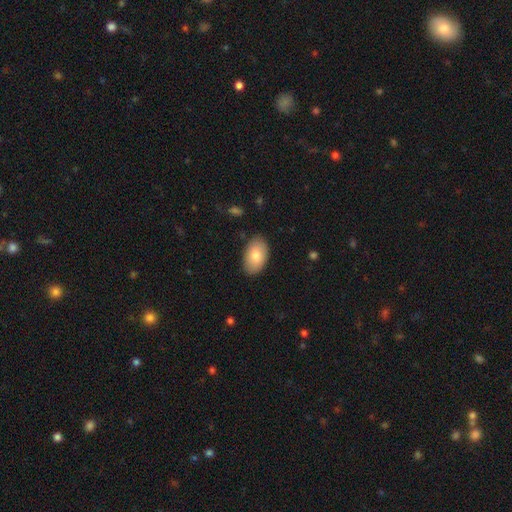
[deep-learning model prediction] A smooth galaxy with no disk features (80%) that is in between round and cigar-shaped (93%).

Vote fractions:
- Smooth or featured? smooth: 80% / featured or disk: 14% / star or artifact: 6%
- How rounded? in between: 93% / round: 5% / cigar-shaped: 1%
- Merging? none: 86% / minor disturbance: 11% / major disturbance: 2% / merger: 1%